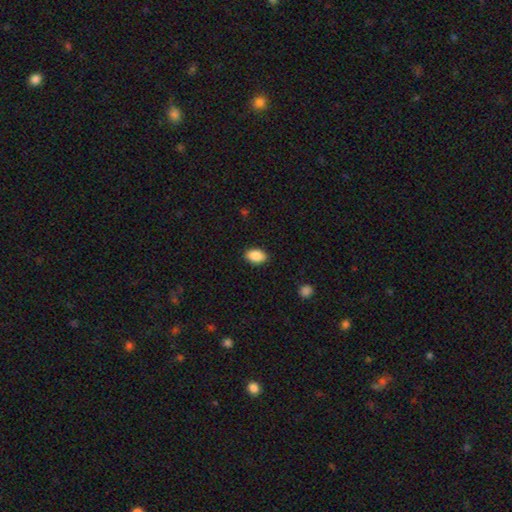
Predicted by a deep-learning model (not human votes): smooth-or-featured: smooth: 89% | star or artifact: 7% | featured or disk: 4%
  how-rounded: in between: 90% | round: 9% | cigar-shaped: 2%
  merging: none: 88% | minor disturbance: 9% | major disturbance: 2% | merger: 1%